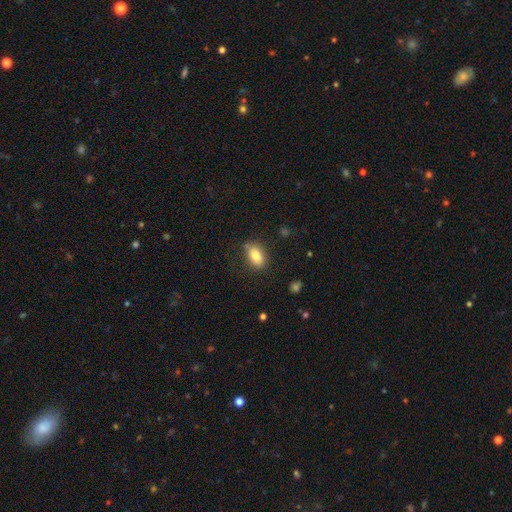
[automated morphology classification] The model was most divided on "merging": none: 79%, minor disturbance: 15%, major disturbance: 4%, merger: 3%. More confident: how rounded — in between (89%); smooth or featured — smooth (83%).